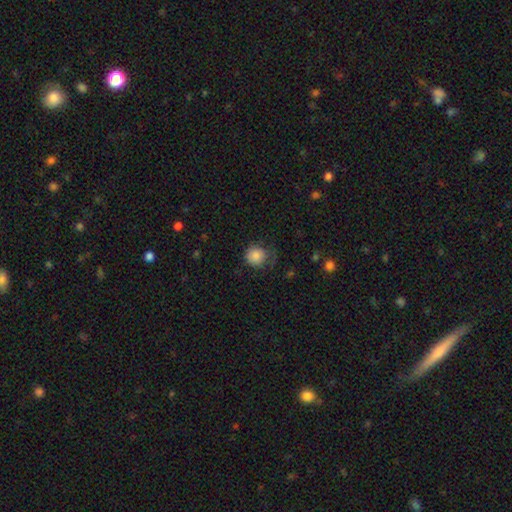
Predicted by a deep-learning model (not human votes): smooth_or_featured: smooth (p=0.85) [alt: star or artifact p=0.09]
how_rounded: round (p=0.86) [alt: in between p=0.13]
merging: none (p=0.59) [alt: minor disturbance p=0.27]